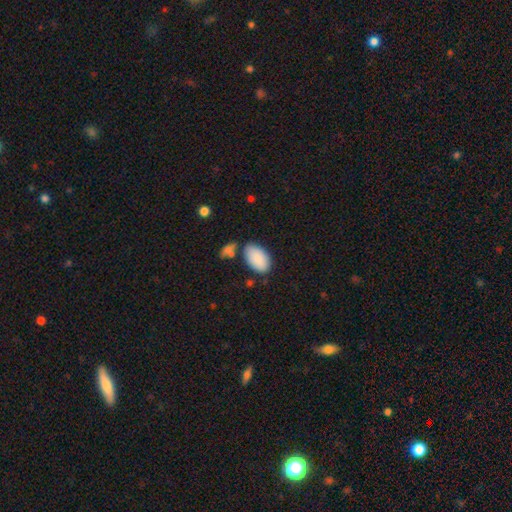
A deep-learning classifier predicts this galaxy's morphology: Smooth or featured? smooth (87%)
How rounded? in between (95%)
Merging? none (68%)